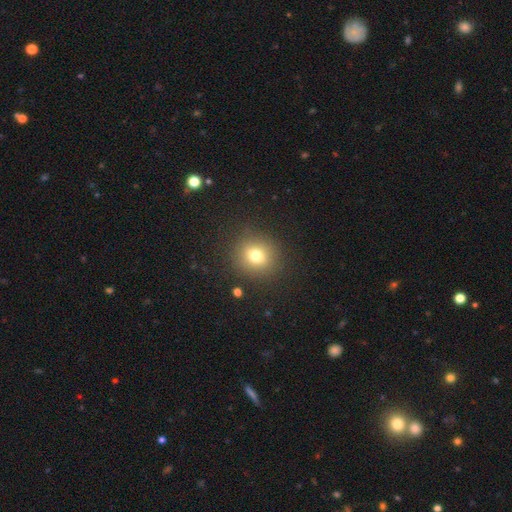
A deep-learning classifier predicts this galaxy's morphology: Overall: smooth (74%). How rounded: round (82%). Merging: none (88%).